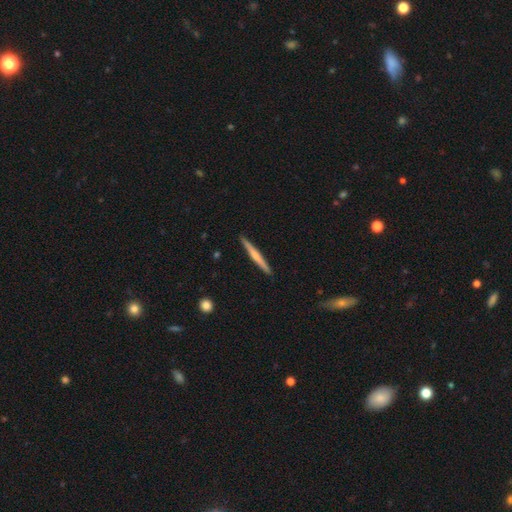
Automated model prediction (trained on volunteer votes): Smooth or featured? featured or disk (53%)
Edge-on disk? yes (98%)
Edge-on bulge? rounded (51%)
Merging? none (92%)